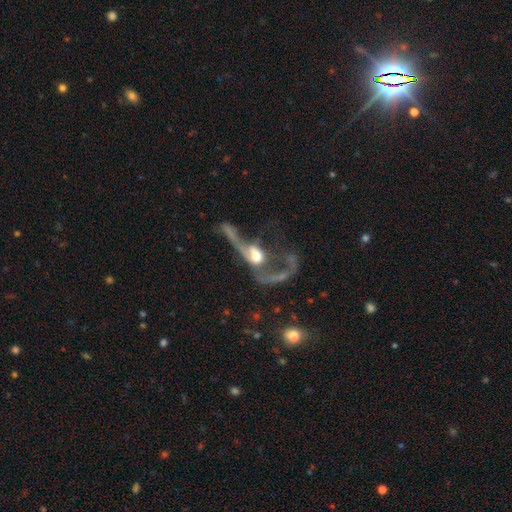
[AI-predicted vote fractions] Overall: featured or disk (70%). Edge-on disk: no (85%). Bar: no (62%; weak 26%). Spiral arms: yes (57%; no 43%). Bulge size: moderate (49%; large 31%). Merging: major disturbance (58%; merger 19%).